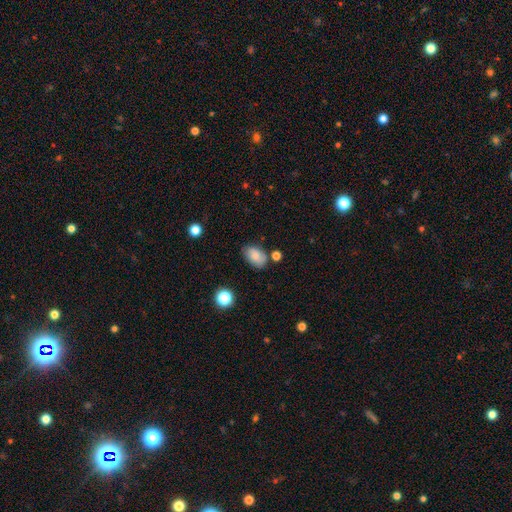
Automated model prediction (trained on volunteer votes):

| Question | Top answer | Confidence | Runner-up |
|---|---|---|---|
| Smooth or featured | smooth | 80% | featured or disk (11%) |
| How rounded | in between | 88% | round (10%) |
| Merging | none | 71% | minor disturbance (19%) |